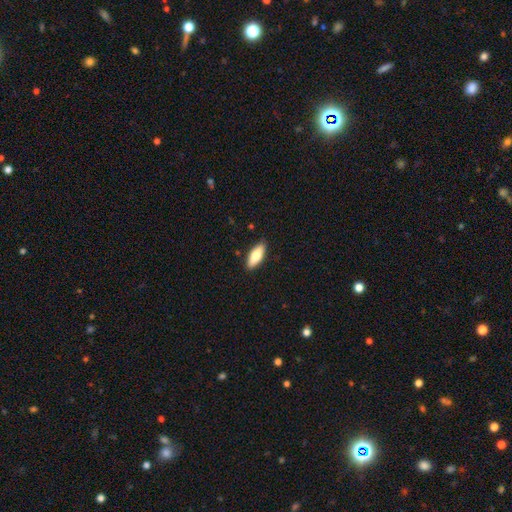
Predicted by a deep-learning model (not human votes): Smooth or featured? smooth (74%)
How rounded? in between (72%)
Merging? none (89%)